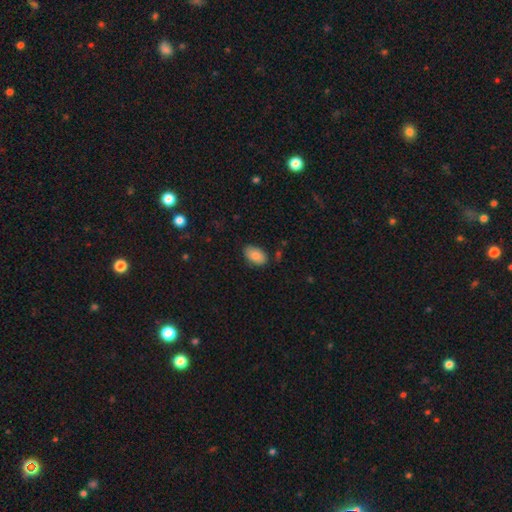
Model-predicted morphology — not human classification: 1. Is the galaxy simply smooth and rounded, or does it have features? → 85% smooth, 8% featured or disk, 7% star or artifact.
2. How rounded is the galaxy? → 92% in between, 7% round, 1% cigar-shaped.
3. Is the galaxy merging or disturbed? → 80% none, 16% minor disturbance, 3% major disturbance, 2% merger.